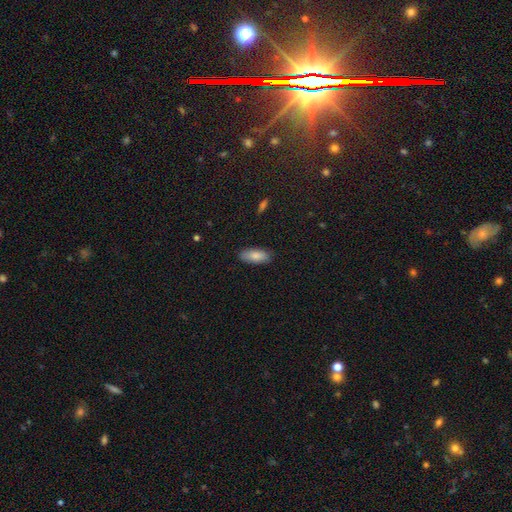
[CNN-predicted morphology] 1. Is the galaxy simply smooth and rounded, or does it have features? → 85% smooth, 9% featured or disk, 6% star or artifact.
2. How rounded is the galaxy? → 82% in between, 16% cigar-shaped, 2% round.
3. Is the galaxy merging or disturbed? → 85% none, 11% minor disturbance, 2% major disturbance, 1% merger.